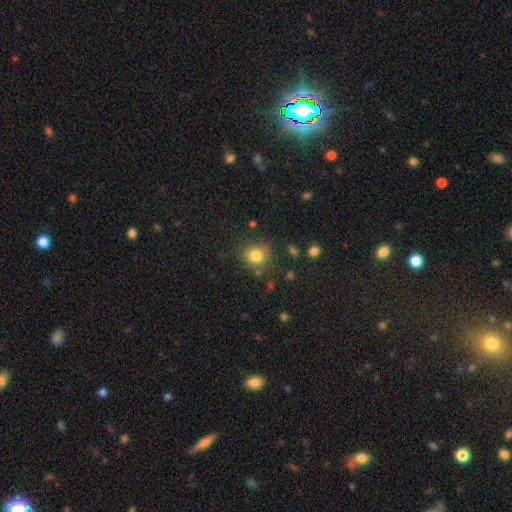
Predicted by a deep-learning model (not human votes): A smooth galaxy with no disk features (80%) that is round (83%).

Vote fractions:
- Smooth or featured? smooth: 80% / star or artifact: 12% / featured or disk: 9%
- How rounded? round: 83% / in between: 16% / cigar-shaped: 1%
- Merging? none: 72% / minor disturbance: 17% / major disturbance: 6% / merger: 5%